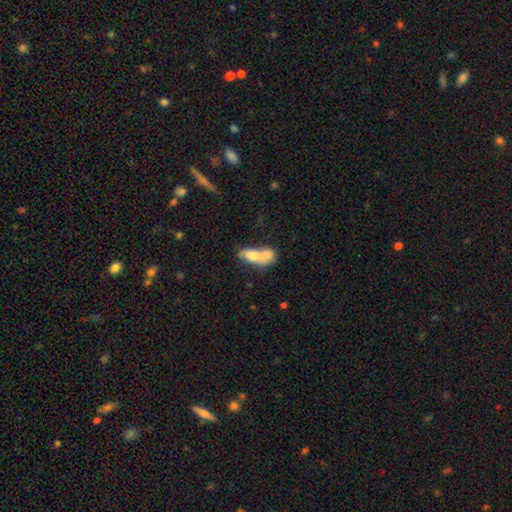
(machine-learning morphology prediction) A smooth galaxy with no disk features (70%) that is in between round and cigar-shaped (76%). Merging: merger (67%).